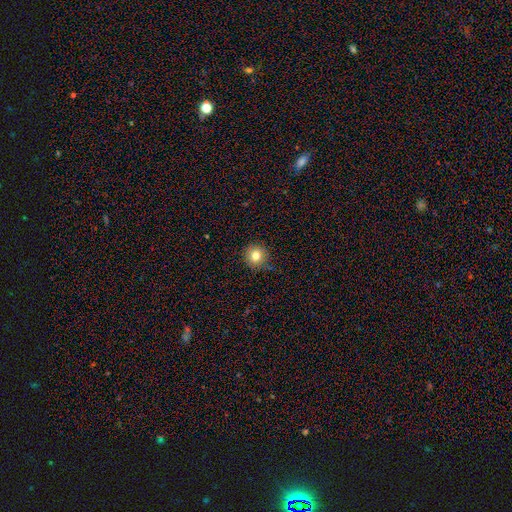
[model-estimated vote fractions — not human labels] Smooth or featured: smooth — 80% (star or artifact — 12%)
How rounded: round — 93% (in between — 6%)
Merging: none — 87% (minor disturbance — 9%)